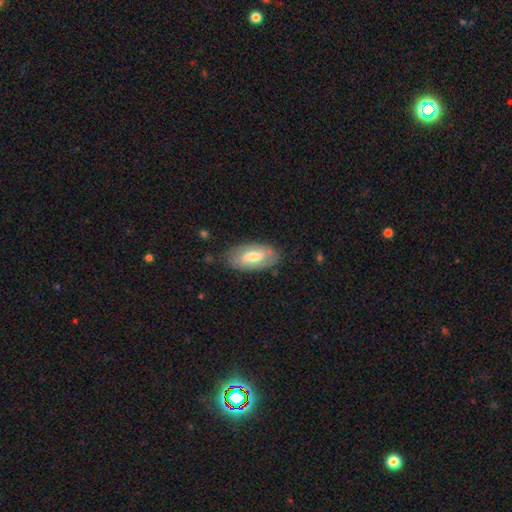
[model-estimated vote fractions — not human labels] smooth_or_featured: smooth (p=0.46) [alt: featured or disk p=0.42]
merging: none (p=0.80) [alt: minor disturbance p=0.15]